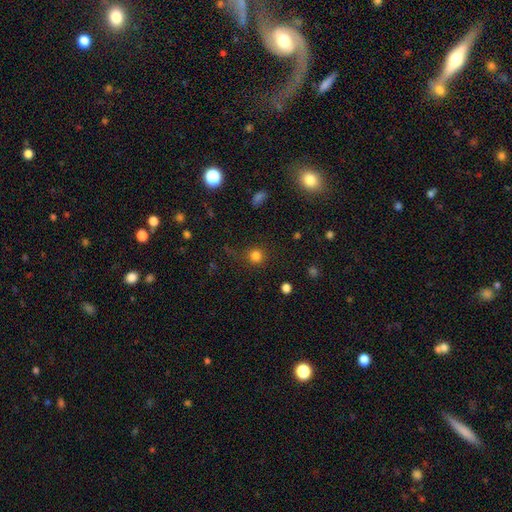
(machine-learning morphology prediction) This appears to be a smooth galaxy with no disk features (80%) that is round (93%). Merging: none (82%).